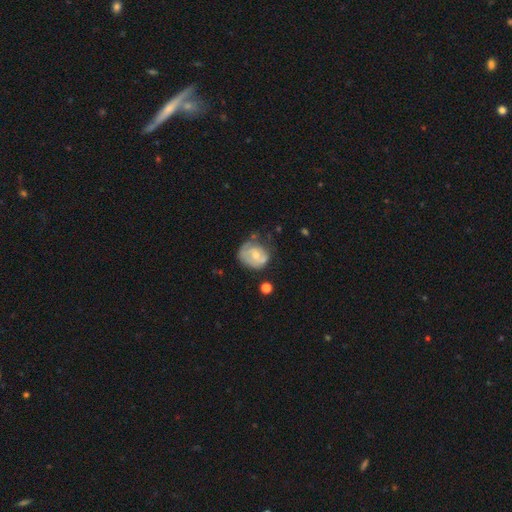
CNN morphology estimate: Overall: featured or disk (53%; smooth 40%). Edge-on disk: no (97%). Bar: no (74%). Spiral arms: no (50%, tied with yes). Bulge size: moderate (48%; small 46%). Merging: none (45%; minor disturbance 32%).